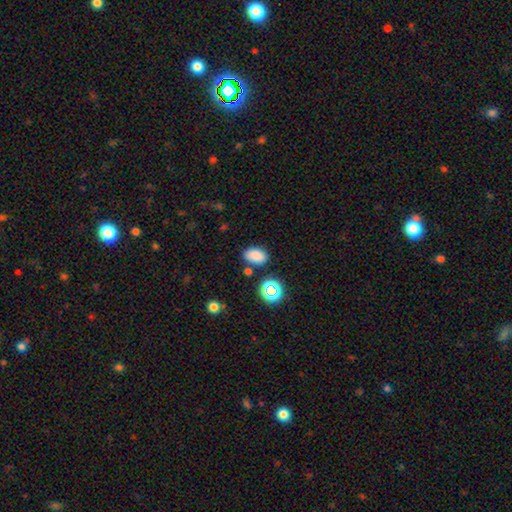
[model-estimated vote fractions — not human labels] smooth_or_featured: smooth (p=0.82) [alt: star or artifact p=0.13]
how_rounded: in between (p=0.86) [alt: round p=0.13]
merging: none (p=0.79) [alt: minor disturbance p=0.12]